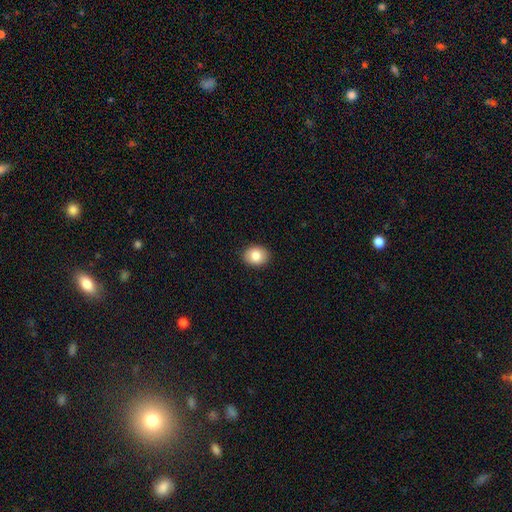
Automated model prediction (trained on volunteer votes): smooth_or_featured: smooth (p=0.83) [alt: star or artifact p=0.08]
how_rounded: round (p=0.54) [alt: in between p=0.46]
merging: none (p=0.90) [alt: minor disturbance p=0.07]